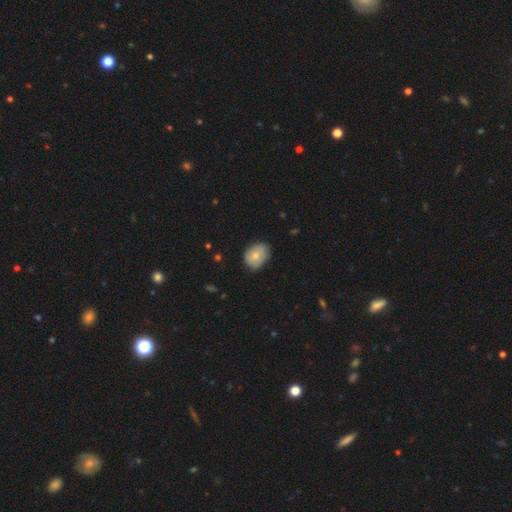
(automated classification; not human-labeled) A smooth galaxy with no disk features (72%) that is in between round and cigar-shaped (64%). Merging: none (71%).